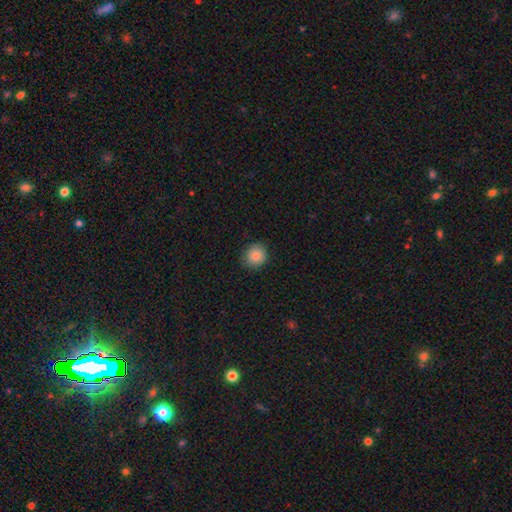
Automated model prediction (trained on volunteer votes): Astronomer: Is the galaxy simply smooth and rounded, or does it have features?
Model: smooth — 85%.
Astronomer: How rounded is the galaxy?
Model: round — 88%.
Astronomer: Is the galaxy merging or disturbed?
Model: none — 87%.